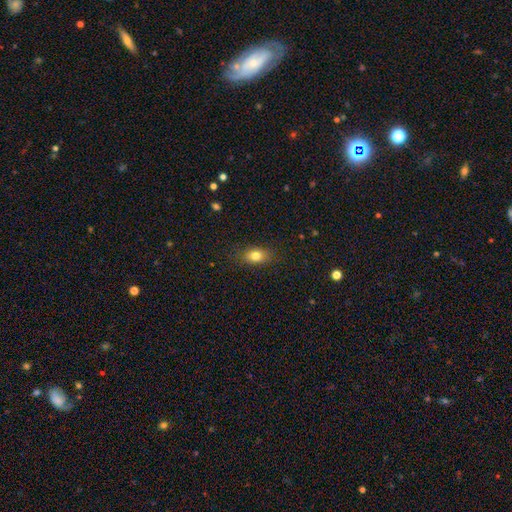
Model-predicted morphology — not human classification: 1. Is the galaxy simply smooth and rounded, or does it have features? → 80% smooth, 10% star or artifact, 10% featured or disk.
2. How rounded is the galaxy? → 79% in between, 18% round, 4% cigar-shaped.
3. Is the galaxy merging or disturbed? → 84% none, 12% minor disturbance, 3% major disturbance, 1% merger.